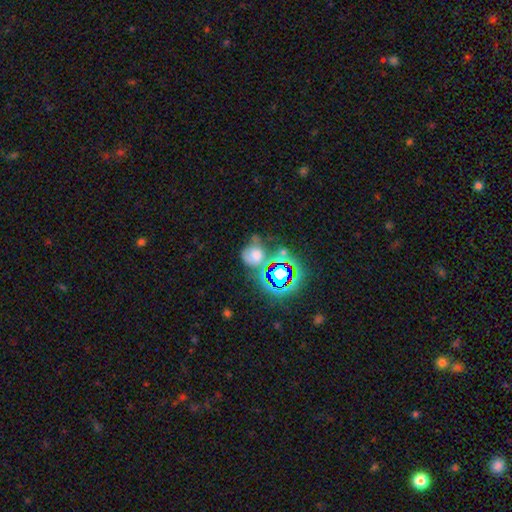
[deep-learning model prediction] Q: Smooth or featured?
A: smooth (47%); runner-up: star or artifact (33%)
Q: Merging?
A: none (42%); runner-up: minor disturbance (23%)